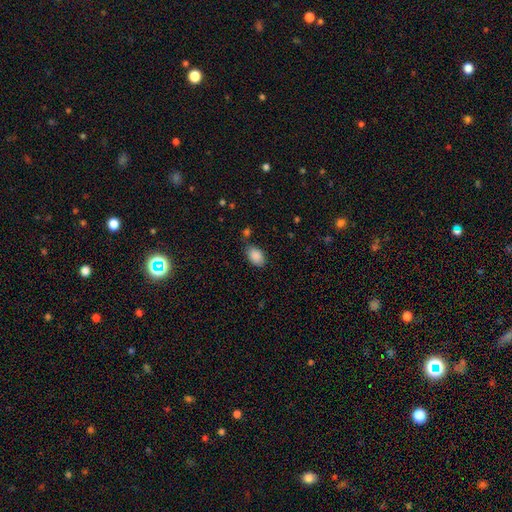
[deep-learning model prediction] Smooth or featured?
  - smooth: 89% *
  - star or artifact: 7%
  - featured or disk: 4%
How rounded?
  - in between: 89% *
  - round: 10%
  - cigar-shaped: 1%
Merging?
  - none: 72% *
  - minor disturbance: 17%
  - merger: 6%
  - major disturbance: 4%